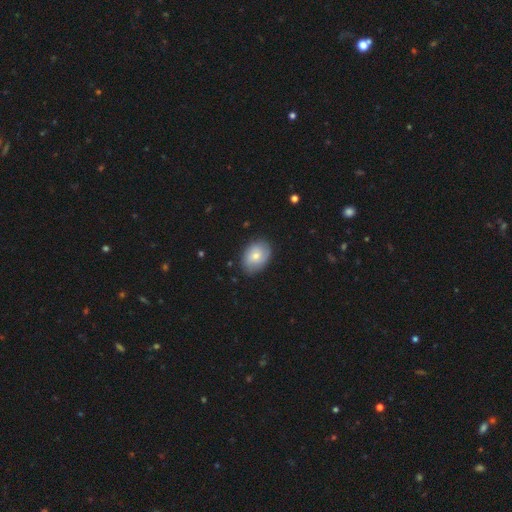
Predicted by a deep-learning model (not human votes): smooth 60%, featured or disk 33%, star or artifact 7%. Down the decision tree: how rounded — in between (71%); merging — none (80%).